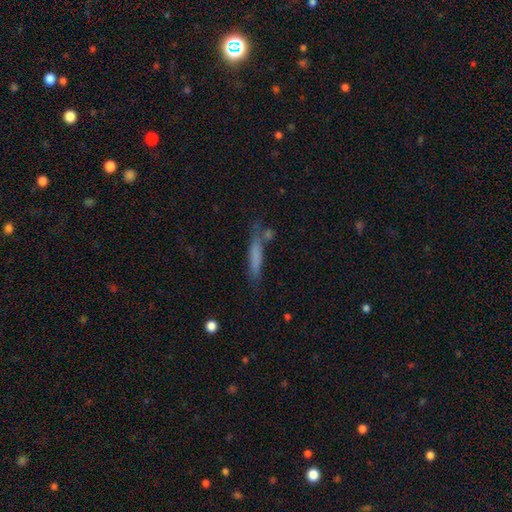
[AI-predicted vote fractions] smooth-or-featured: smooth: 65% | featured or disk: 26% | star or artifact: 10%
  how-rounded: cigar-shaped: 89% | in between: 9% | round: 2%
  merging: none: 66% | minor disturbance: 19% | merger: 8% | major disturbance: 7%